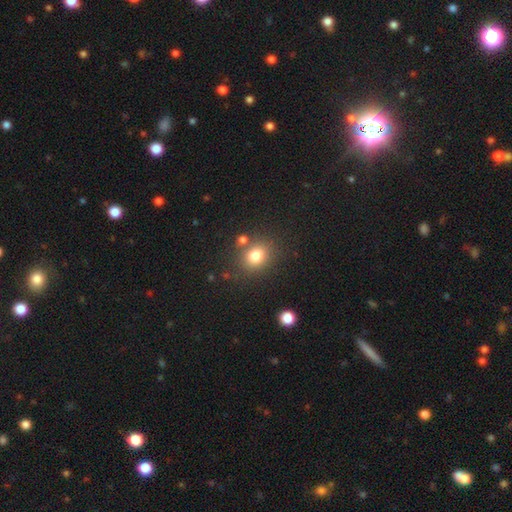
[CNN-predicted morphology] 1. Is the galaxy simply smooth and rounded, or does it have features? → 78% smooth, 13% star or artifact, 8% featured or disk.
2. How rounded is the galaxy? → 65% round, 34% in between, 1% cigar-shaped.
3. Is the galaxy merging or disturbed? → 74% none, 11% minor disturbance, 11% merger, 4% major disturbance.